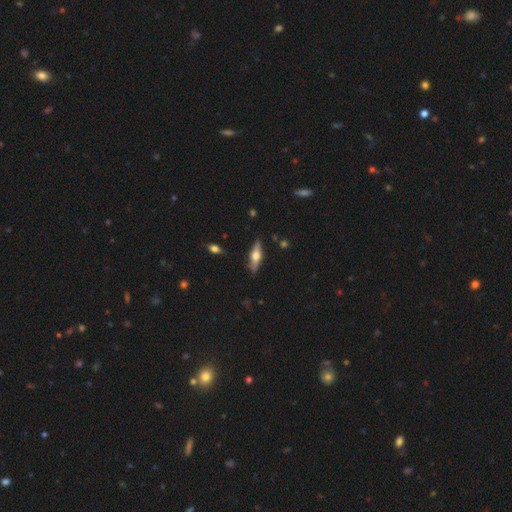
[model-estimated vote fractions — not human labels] Smooth or featured? Predicted: featured or disk (p=0.58). Edge-on disk? Predicted: yes (p=0.93). Edge-on bulge? Predicted: rounded (p=0.93). Merging? Predicted: none (p=0.85).